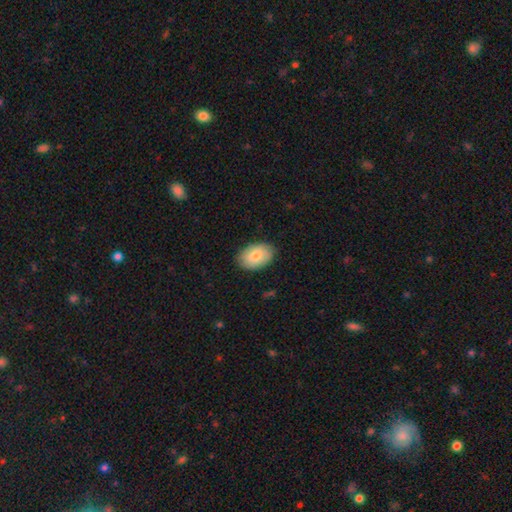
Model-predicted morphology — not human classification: Smooth or featured? Predicted: smooth (p=0.84). How rounded? Predicted: in between (p=0.90). Merging? Predicted: none (p=0.86).